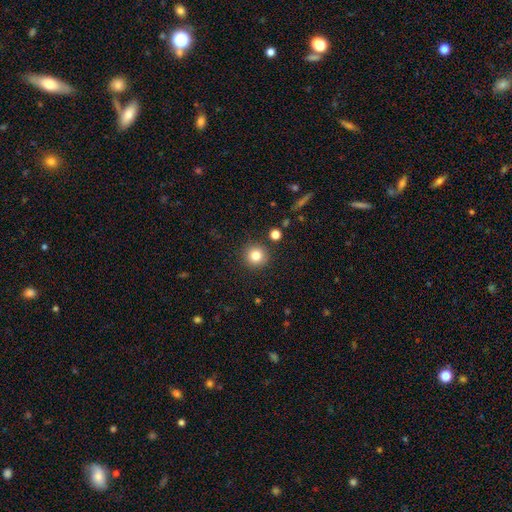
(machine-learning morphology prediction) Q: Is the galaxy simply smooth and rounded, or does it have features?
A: smooth — 82%.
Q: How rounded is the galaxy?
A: round — 94%.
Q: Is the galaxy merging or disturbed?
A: none — 88%.